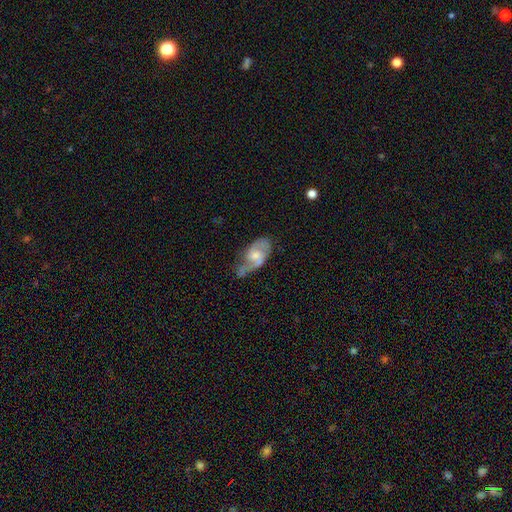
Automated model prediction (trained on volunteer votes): Q: Smooth or featured?
A: featured or disk (73%); runner-up: smooth (20%)
Q: Edge-on disk?
A: no (95%); runner-up: yes (5%)
Q: Bar?
A: no (52%); runner-up: weak (41%)
Q: Spiral arms?
A: yes (90%); runner-up: no (10%)
Q: Spiral winding?
A: medium (48%); runner-up: loose (31%)
Q: Spiral arm count?
A: 2 (76%); runner-up: 1 (10%)
Q: Bulge size?
A: moderate (50%); runner-up: small (38%)
Q: Merging?
A: none (49%); runner-up: minor disturbance (29%)